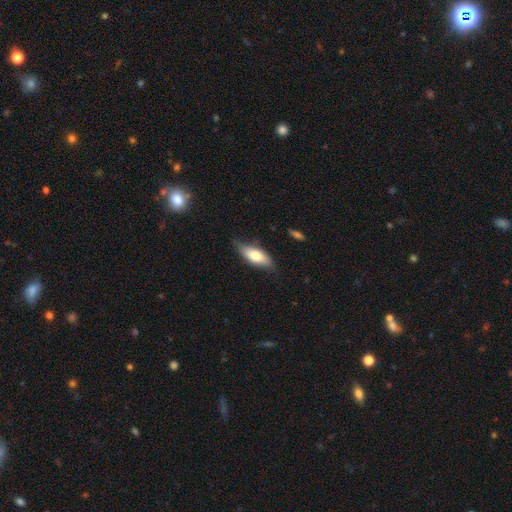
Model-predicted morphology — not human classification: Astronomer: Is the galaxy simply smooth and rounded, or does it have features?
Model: smooth — 71%.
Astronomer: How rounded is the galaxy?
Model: in between — 76%.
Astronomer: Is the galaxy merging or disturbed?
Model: none — 66%.